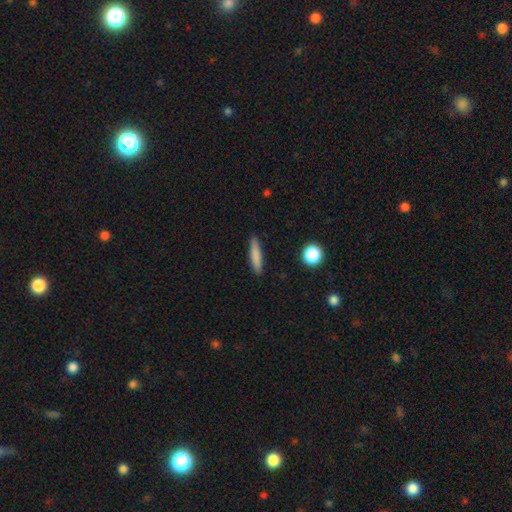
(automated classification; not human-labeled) Morphology: type=smooth (80%); roundness=cigar-shaped (88%); merging=none (88%).